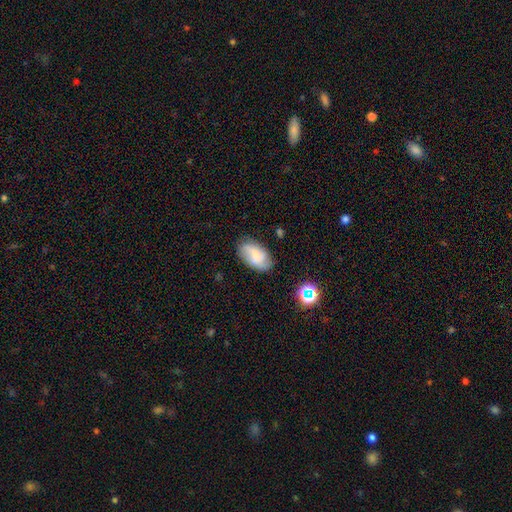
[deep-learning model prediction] Smooth or featured? Predicted: smooth (p=0.56). How rounded? Predicted: in between (p=0.92). Merging? Predicted: none (p=0.73).